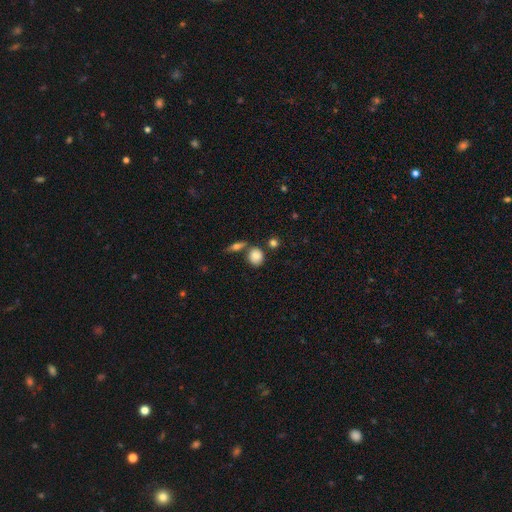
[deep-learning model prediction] A smooth galaxy with no disk features (83%) that is round (61%).

Vote fractions:
- Smooth or featured? smooth: 83% / featured or disk: 9% / star or artifact: 9%
- How rounded? round: 61% / in between: 37% / cigar-shaped: 2%
- Merging? none: 66% / merger: 17% / minor disturbance: 13% / major disturbance: 4%